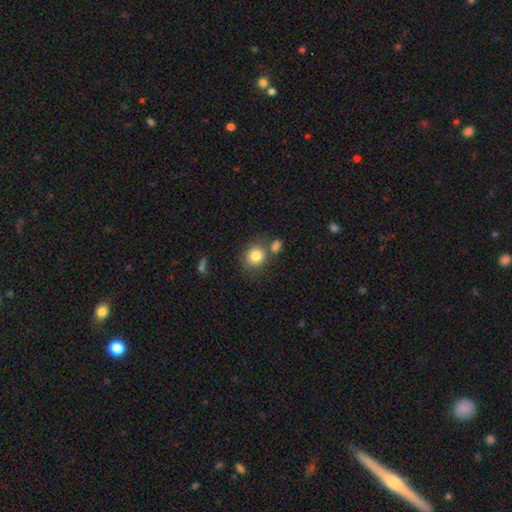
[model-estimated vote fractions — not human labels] Overall: smooth (83%). How rounded: round (76%). Merging: none (61%; merger 23%).